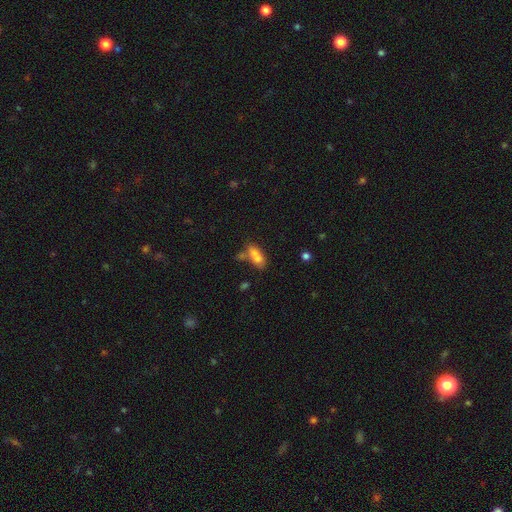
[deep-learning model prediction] Smooth or featured?
  - smooth: 66% *
  - featured or disk: 22%
  - star or artifact: 12%
How rounded?
  - in between: 76% *
  - cigar-shaped: 14%
  - round: 10%
Merging?
  - merger: 53% *
  - none: 29%
  - minor disturbance: 11%
  - major disturbance: 7%